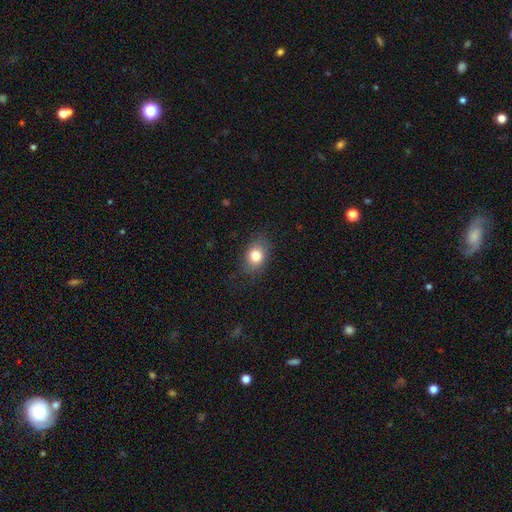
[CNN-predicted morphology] type=smooth (79%); roundness=in between (63%); merging=none (78%).